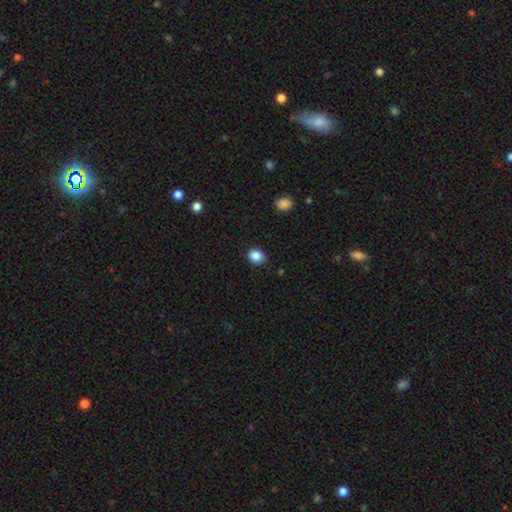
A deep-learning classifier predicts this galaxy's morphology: The model was most divided on "how rounded": round: 64%, in between: 35%, cigar-shaped: 1%. More confident: merging — none (89%); smooth or featured — smooth (87%).